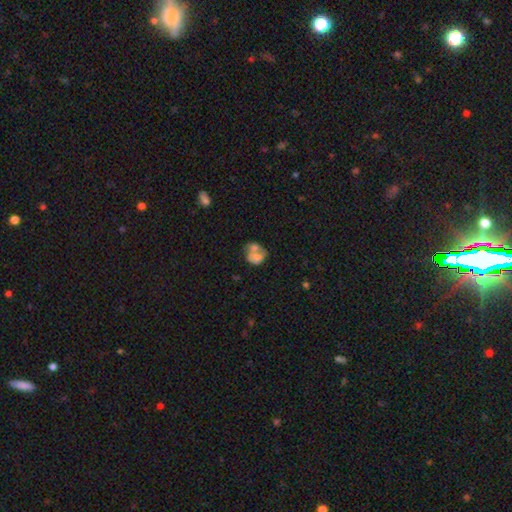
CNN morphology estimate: This appears to be a smooth galaxy with no disk features (57%) that is round (54%). Merging: merger (61%).